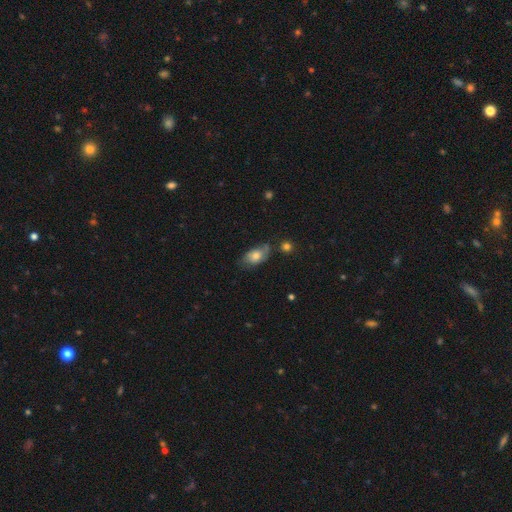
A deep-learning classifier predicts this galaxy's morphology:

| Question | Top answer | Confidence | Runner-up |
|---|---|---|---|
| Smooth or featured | smooth | 66% | featured or disk (26%) |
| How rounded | in between | 88% | round (8%) |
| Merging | none | 56% | minor disturbance (29%) |